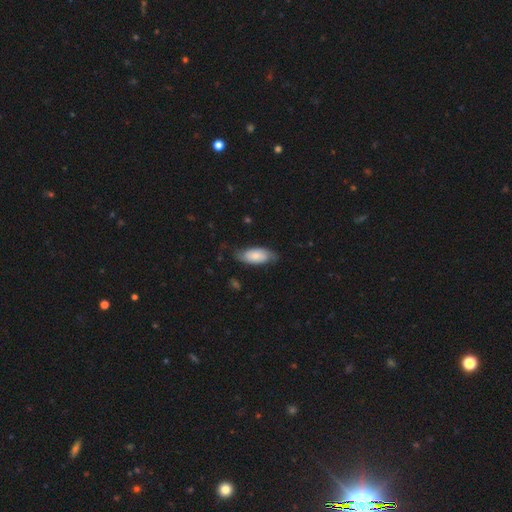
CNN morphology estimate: Smooth or featured? smooth (57%)
How rounded? in between (88%)
Merging? none (67%)